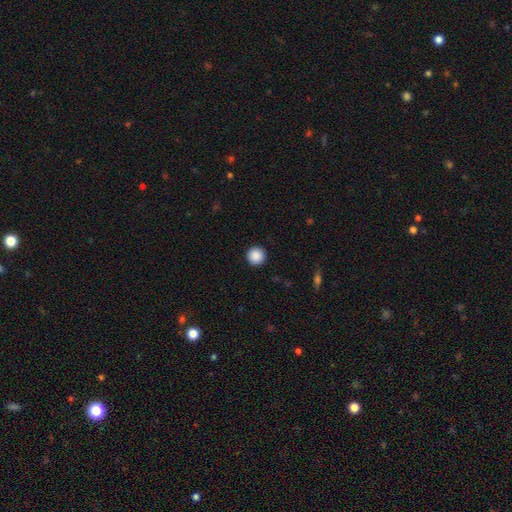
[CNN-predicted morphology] A smooth galaxy with no disk features (89%) that is round (96%). Merging: none (93%).